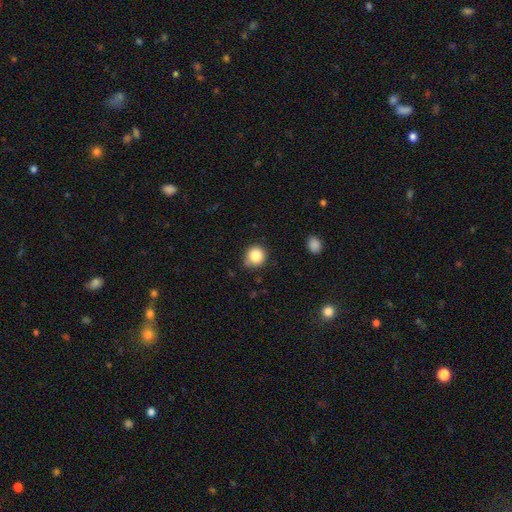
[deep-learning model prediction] smooth_or_featured: smooth (p=0.84) [alt: star or artifact p=0.10]
how_rounded: round (p=0.90) [alt: in between p=0.09]
merging: none (p=0.79) [alt: minor disturbance p=0.15]